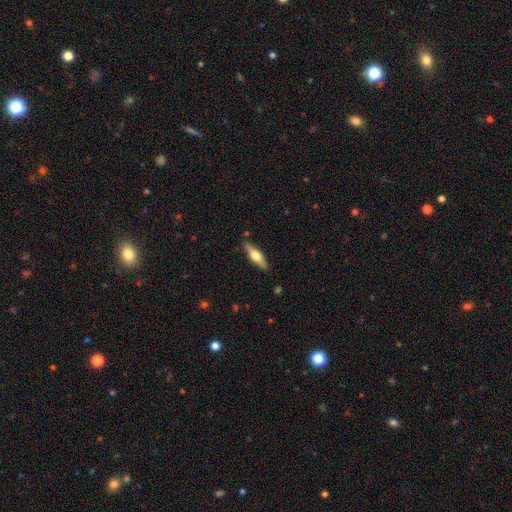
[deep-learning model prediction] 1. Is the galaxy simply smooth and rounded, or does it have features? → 52% featured or disk, 42% smooth, 6% star or artifact.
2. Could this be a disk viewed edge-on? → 93% yes, 7% no.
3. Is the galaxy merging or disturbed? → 87% none, 10% minor disturbance, 2% major disturbance, 1% merger.